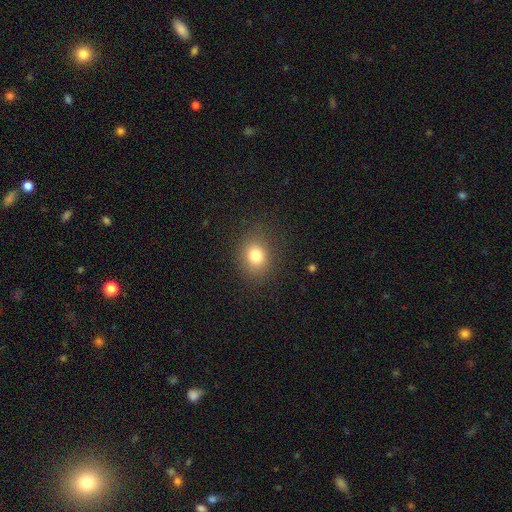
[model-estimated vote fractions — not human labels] Overall: smooth (79%). How rounded: round (60%; in between 39%). Merging: none (85%).